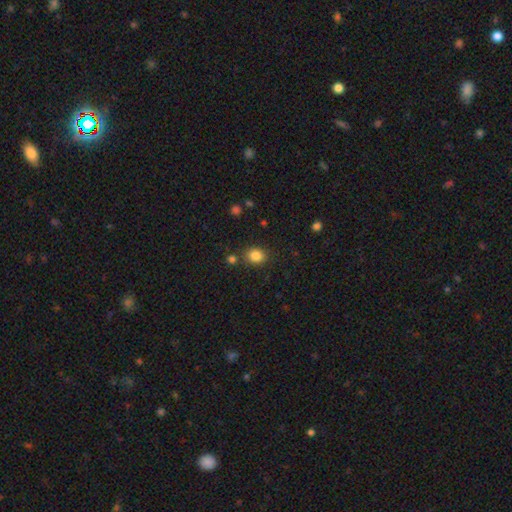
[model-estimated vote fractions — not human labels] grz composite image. It shows a smooth galaxy with no disk features (84%) that is round (60%). Merging: none (81%).